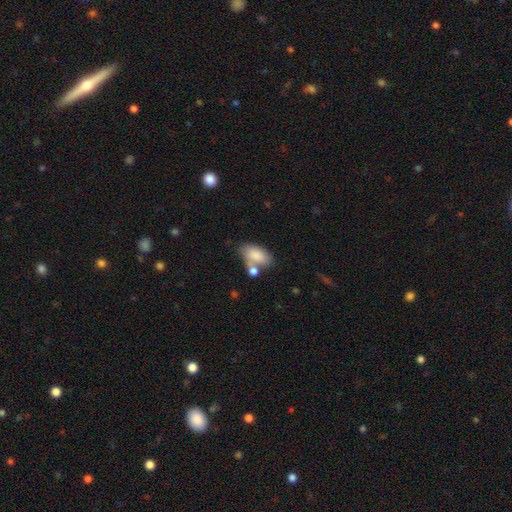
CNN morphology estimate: A smooth galaxy with no disk features (84%) that is in between round and cigar-shaped (93%).

Vote fractions:
- Smooth or featured? smooth: 84% / featured or disk: 10% / star or artifact: 7%
- How rounded? in between: 93% / round: 4% / cigar-shaped: 2%
- Merging? none: 49% / merger: 29% / minor disturbance: 16% / major disturbance: 6%